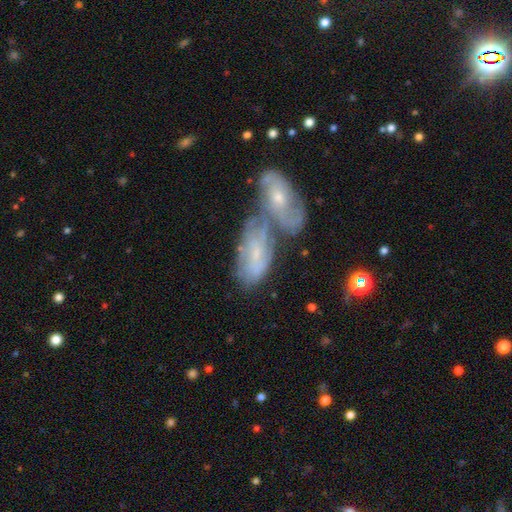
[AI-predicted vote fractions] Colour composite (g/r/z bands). It shows a featured or disk galaxy (60%) with no bar (61%), spiral arms (71%) and a small central bulge (63%). Merging: merger (57%).